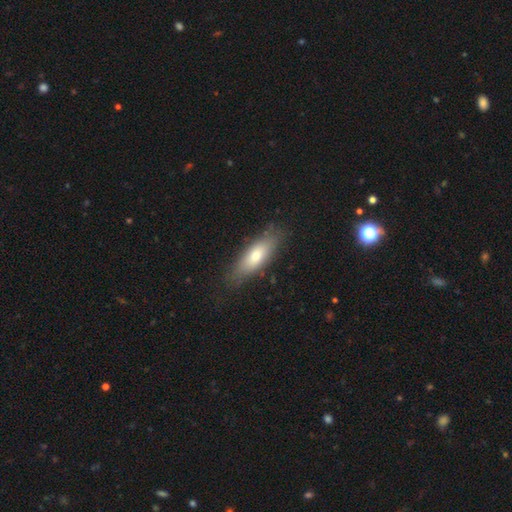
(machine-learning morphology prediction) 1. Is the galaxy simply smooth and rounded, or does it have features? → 72% smooth, 22% featured or disk, 7% star or artifact.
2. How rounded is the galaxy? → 61% in between, 37% cigar-shaped, 2% round.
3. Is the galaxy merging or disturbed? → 80% none, 15% minor disturbance, 4% major disturbance, 1% merger.